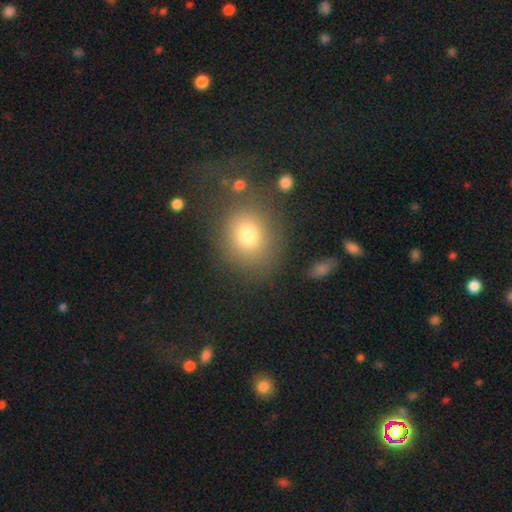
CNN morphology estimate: smooth_or_featured: smooth (p=0.67) [alt: star or artifact p=0.22]
how_rounded: round (p=0.68) [alt: in between p=0.31]
merging: none (p=0.72) [alt: minor disturbance p=0.14]